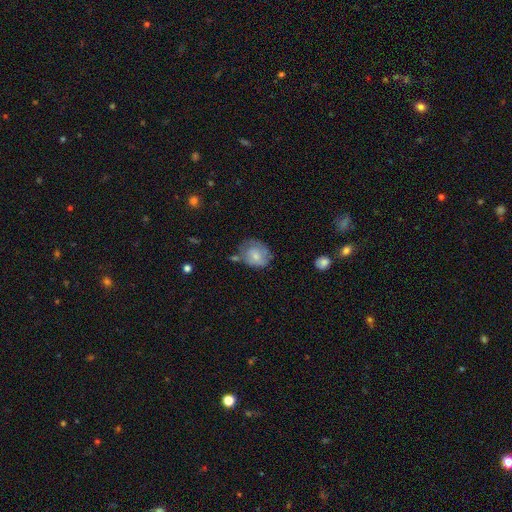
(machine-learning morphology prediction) Smooth or featured?
  - smooth: 65% *
  - featured or disk: 27%
  - star or artifact: 8%
How rounded?
  - round: 55% *
  - in between: 44%
  - cigar-shaped: 1%
Merging?
  - none: 49% *
  - minor disturbance: 29%
  - major disturbance: 12%
  - merger: 9%